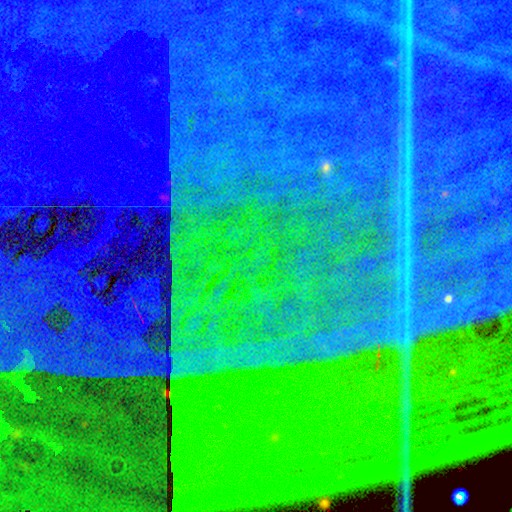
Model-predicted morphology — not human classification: type=star or artifact (88%).